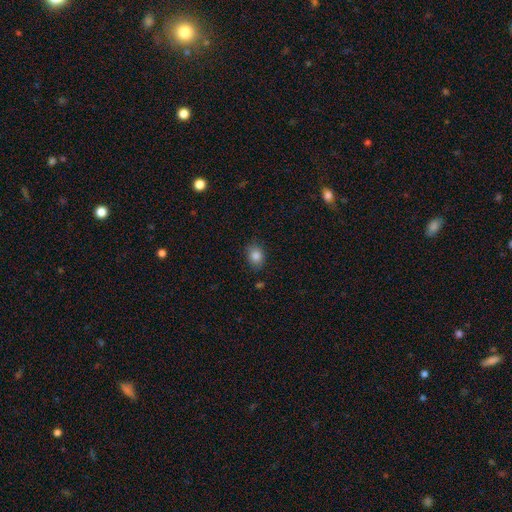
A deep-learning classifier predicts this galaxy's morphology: type=smooth (84%); roundness=in between (55%); merging=none (81%).